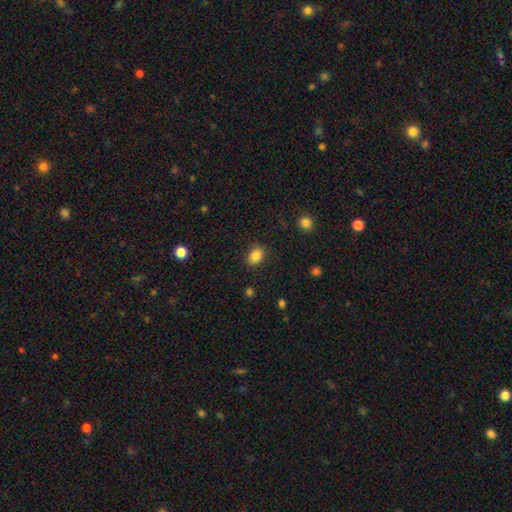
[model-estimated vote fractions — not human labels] This is clearly a smooth galaxy (86%). How rounded: likely in between (75%). Merging: clearly none (86%).